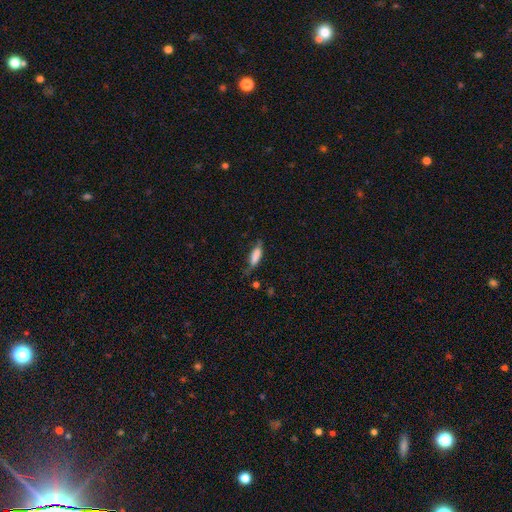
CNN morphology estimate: Overall: smooth (77%). How rounded: in between (57%; cigar-shaped 41%). Merging: none (50%; minor disturbance 34%).